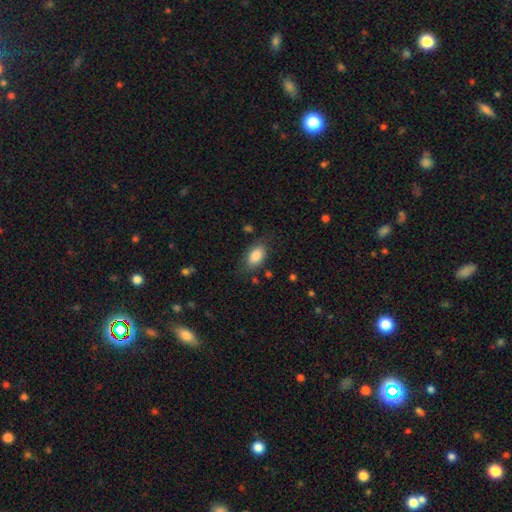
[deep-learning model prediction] smooth-or-featured: smooth: 84% | featured or disk: 8% | star or artifact: 7%
  how-rounded: in between: 91% | round: 7% | cigar-shaped: 3%
  merging: none: 77% | minor disturbance: 16% | major disturbance: 5% | merger: 2%